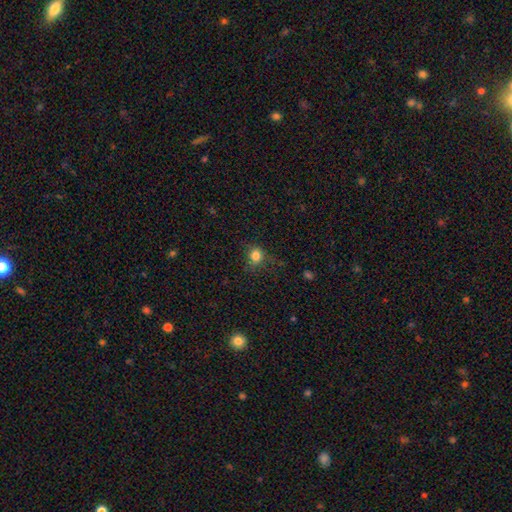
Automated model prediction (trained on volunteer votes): Smooth or featured? smooth (81%)
How rounded? round (76%)
Merging? none (70%)